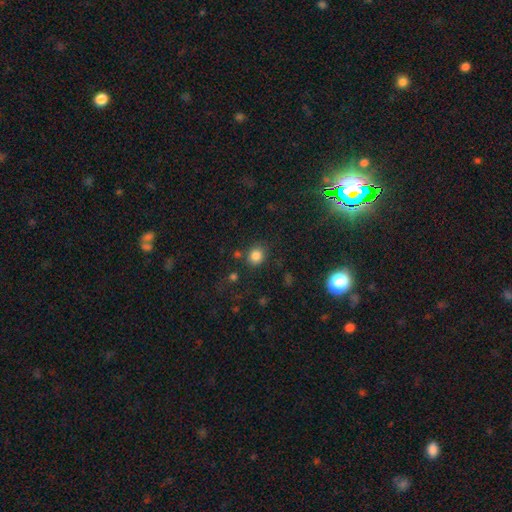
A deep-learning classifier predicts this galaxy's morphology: Smooth or featured? Predicted: smooth (p=0.83). How rounded? Predicted: round (p=0.76). Merging? Predicted: none (p=0.80).